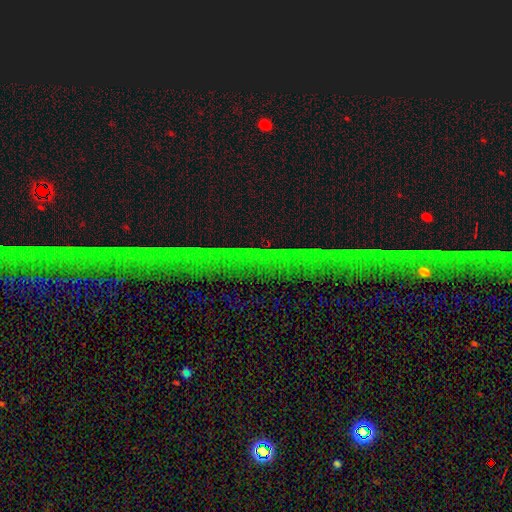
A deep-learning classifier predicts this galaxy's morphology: This appears to be a star or artifact, not a galaxy (85%).